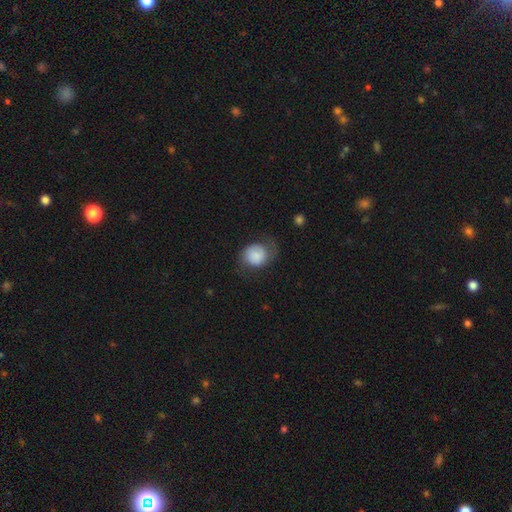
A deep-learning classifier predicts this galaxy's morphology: A smooth galaxy with no disk features (68%) that is round (72%).

Vote fractions:
- Smooth or featured? smooth: 68% / featured or disk: 25% / star or artifact: 8%
- How rounded? round: 72% / in between: 27% / cigar-shaped: 1%
- Merging? none: 54% / minor disturbance: 27% / major disturbance: 18% / merger: 2%